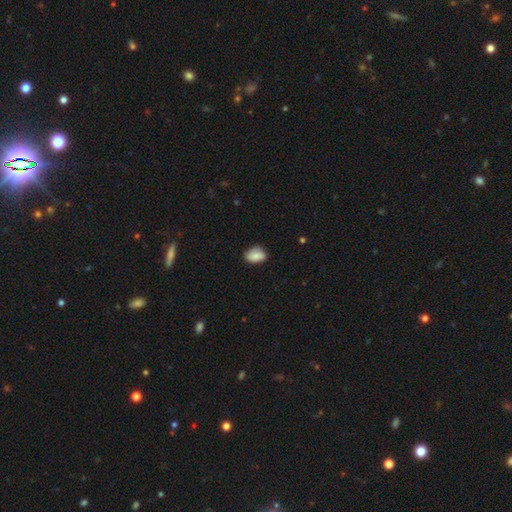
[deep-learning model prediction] Smooth or featured?
  - smooth: 80% *
  - featured or disk: 13%
  - star or artifact: 8%
How rounded?
  - in between: 75% *
  - round: 24%
  - cigar-shaped: 1%
Merging?
  - none: 73% *
  - minor disturbance: 22%
  - major disturbance: 3%
  - merger: 1%